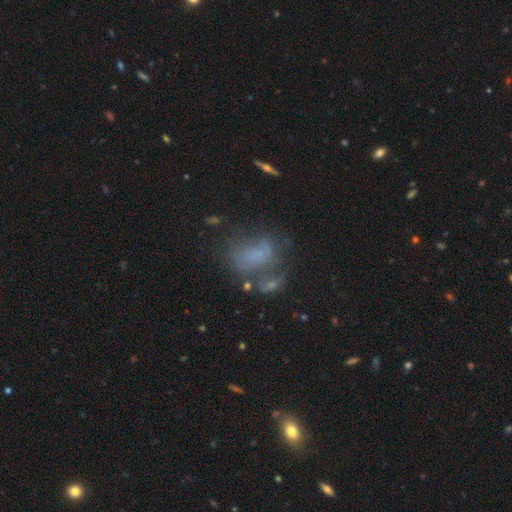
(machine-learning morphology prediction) Smooth or featured?
  - smooth: 49% *
  - featured or disk: 33%
  - star or artifact: 18%
Merging?
  - none: 36% *
  - major disturbance: 25%
  - minor disturbance: 21%
  - merger: 18%